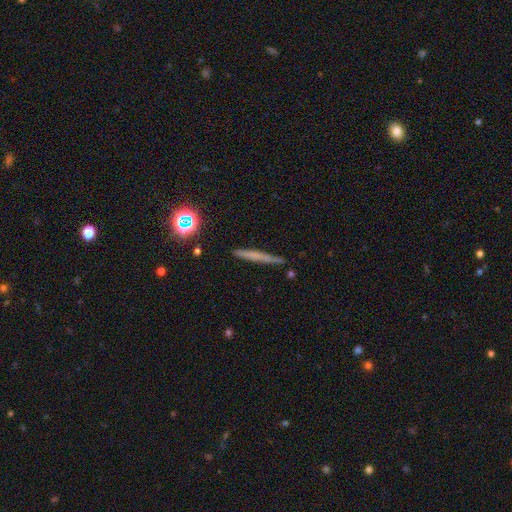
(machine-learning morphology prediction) smooth_or_featured: smooth (p=0.45) [alt: featured or disk p=0.43]
merging: none (p=0.87) [alt: minor disturbance p=0.09]